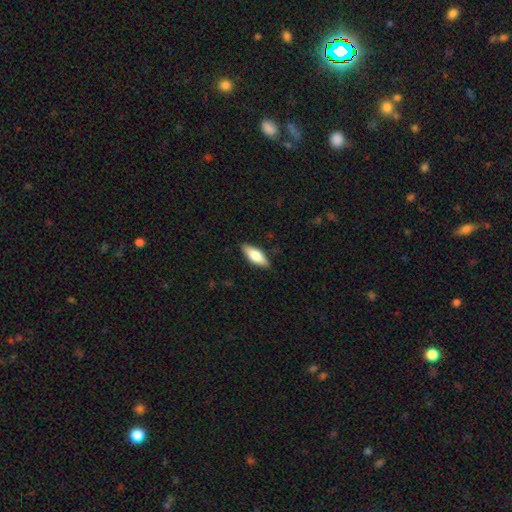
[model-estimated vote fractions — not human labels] This appears to be a smooth galaxy with no disk features (66%) that is in between round and cigar-shaped (68%). Merging: none (87%).